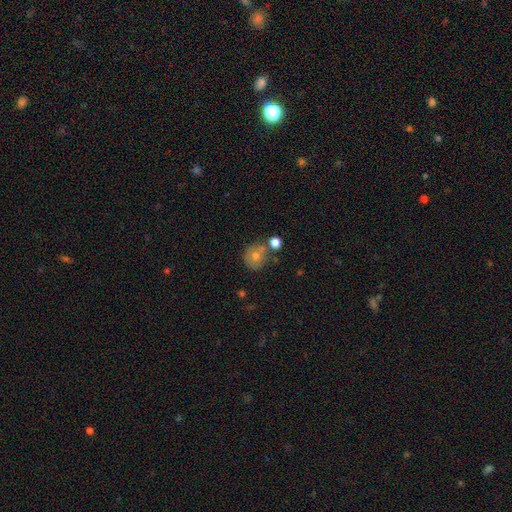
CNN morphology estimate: This appears to be a smooth galaxy with no disk features (58%) that is round (83%). Merging: none (64%).